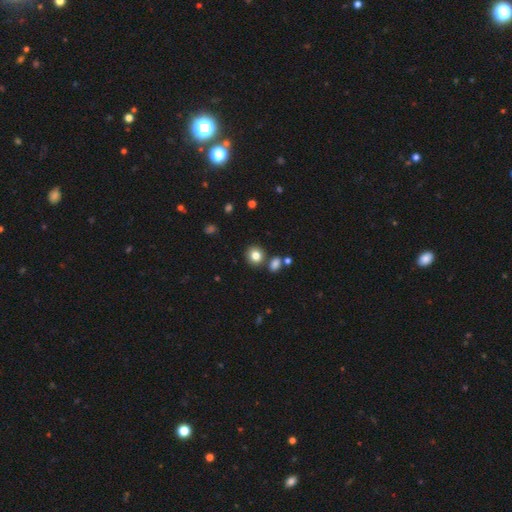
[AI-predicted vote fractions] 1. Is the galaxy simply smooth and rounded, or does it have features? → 83% smooth, 11% star or artifact, 6% featured or disk.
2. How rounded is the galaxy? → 82% round, 17% in between, 1% cigar-shaped.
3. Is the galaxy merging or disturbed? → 79% none, 9% merger, 8% minor disturbance, 3% major disturbance.